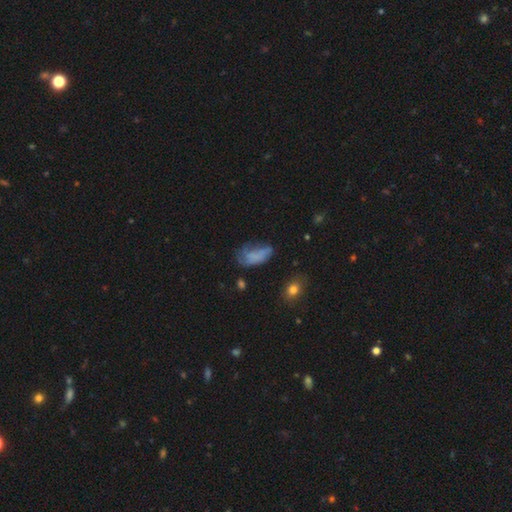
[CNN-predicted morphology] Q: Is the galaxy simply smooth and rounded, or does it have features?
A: smooth — 58%.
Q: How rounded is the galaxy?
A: in between — 87%.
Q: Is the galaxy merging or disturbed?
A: major disturbance — 35%.